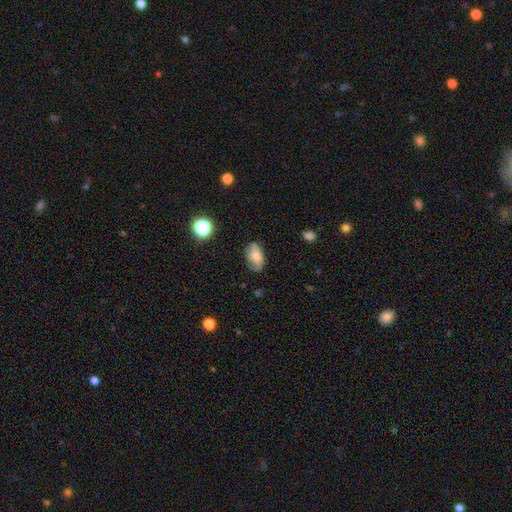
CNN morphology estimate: A smooth galaxy with no disk features (77%) that is in between round and cigar-shaped (91%).

Vote fractions:
- Smooth or featured? smooth: 77% / featured or disk: 15% / star or artifact: 9%
- How rounded? in between: 91% / round: 6% / cigar-shaped: 2%
- Merging? none: 74% / minor disturbance: 20% / major disturbance: 4% / merger: 1%